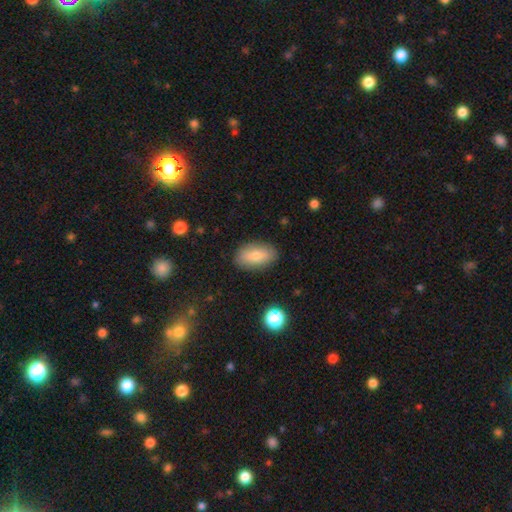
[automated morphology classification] type=smooth (77%); roundness=in between (92%); merging=none (86%).